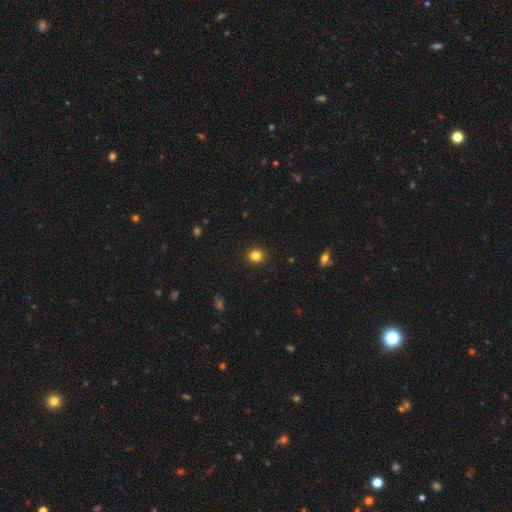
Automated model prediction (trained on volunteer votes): Smooth or featured: smooth — 83% (star or artifact — 12%)
How rounded: round — 78% (in between — 21%)
Merging: none — 91% (minor disturbance — 6%)